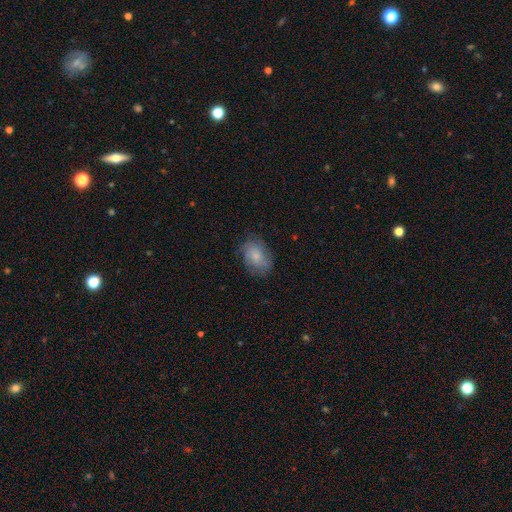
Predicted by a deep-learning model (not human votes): This is likely a smooth galaxy (65%). How rounded: likely in between (77%). Merging: likely none (73%).